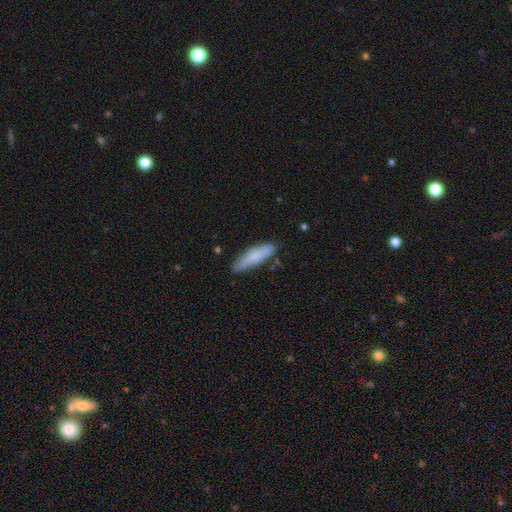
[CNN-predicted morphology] Smooth or featured? smooth (78%)
How rounded? cigar-shaped (74%)
Merging? none (79%)